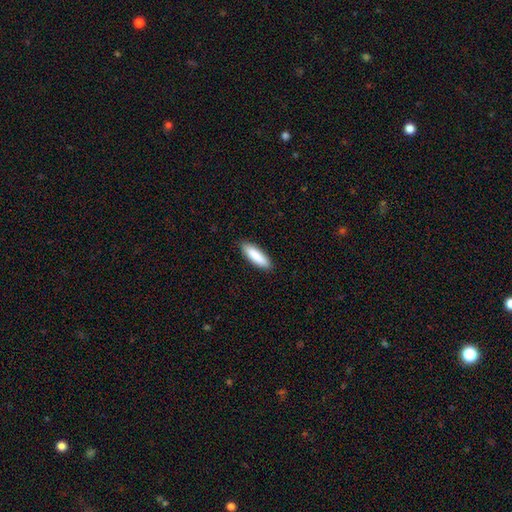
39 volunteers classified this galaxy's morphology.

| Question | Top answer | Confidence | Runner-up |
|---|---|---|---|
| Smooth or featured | smooth | 90% | featured or disk (5%) |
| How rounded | in between | 54% | cigar-shaped (46%) |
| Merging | none | 92% | major disturbance (5%) |